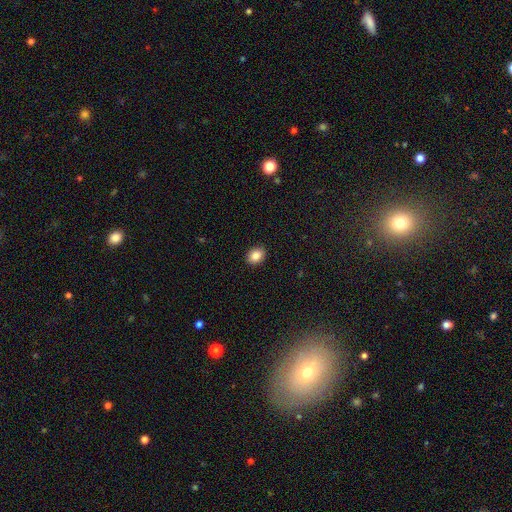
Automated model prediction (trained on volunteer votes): Smooth or featured? Predicted: smooth (p=0.86). How rounded? Predicted: in between (p=0.59). Merging? Predicted: none (p=0.91).